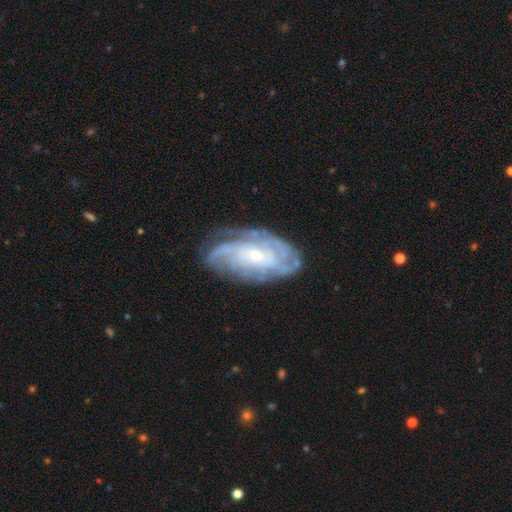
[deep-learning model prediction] Overall: featured or disk (83%). Edge-on disk: no (94%). Bar: no (69%). Spiral arms: yes (93%). Spiral arm count: can't tell (41%; 4 16%). Spiral winding: tight (64%; medium 28%). Bulge size: small (65%; moderate 30%). Merging: none (70%).